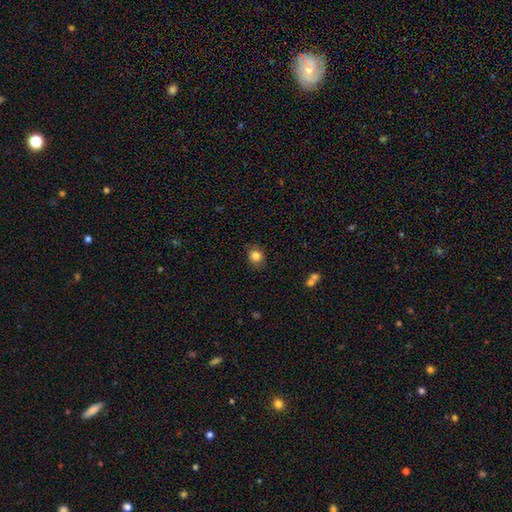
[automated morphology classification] Smooth or featured? smooth (84%)
How rounded? round (71%)
Merging? none (80%)